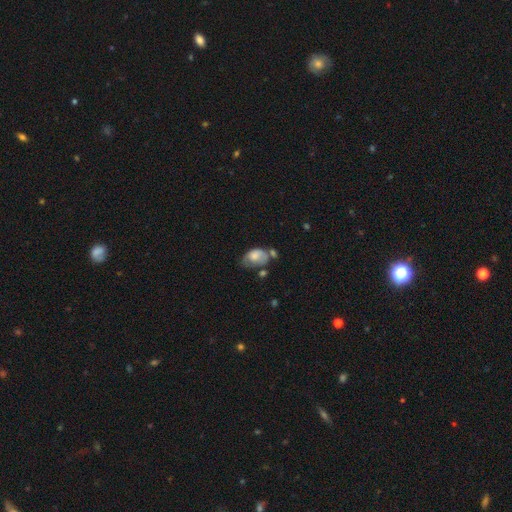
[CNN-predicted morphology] This appears to be a smooth galaxy with no disk features (67%) that is in between round and cigar-shaped (87%). Merging: minor disturbance (32%).